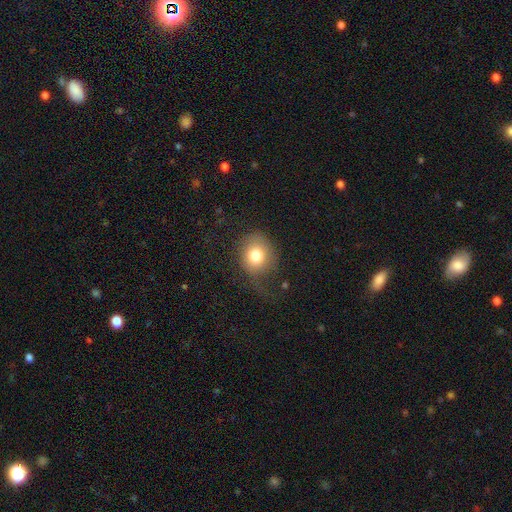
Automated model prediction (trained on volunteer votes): This is likely a smooth galaxy (77%). How rounded: likely round (70%). Merging: possibly none (55%).